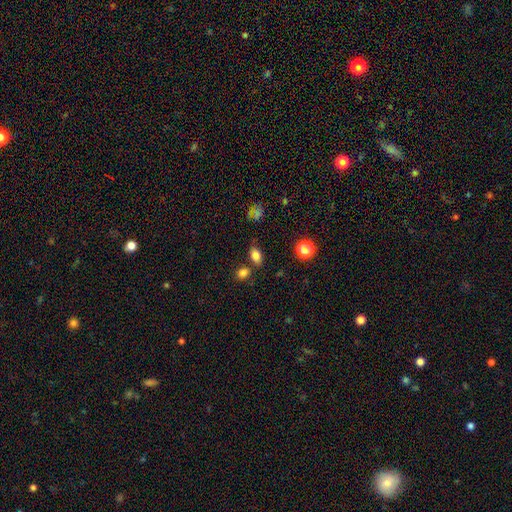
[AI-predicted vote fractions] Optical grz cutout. It shows a smooth galaxy with no disk features (82%) that is in between round and cigar-shaped (83%). Merging: none (74%).